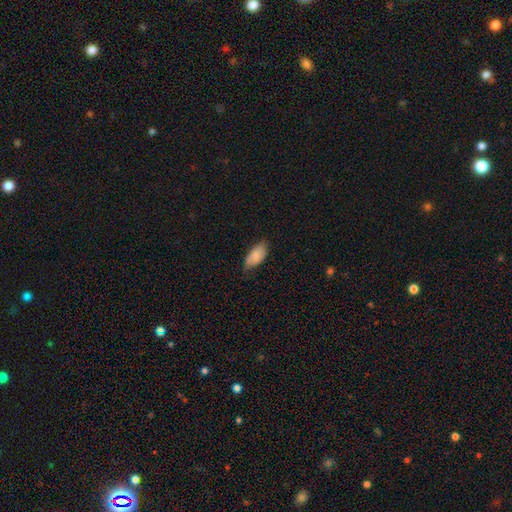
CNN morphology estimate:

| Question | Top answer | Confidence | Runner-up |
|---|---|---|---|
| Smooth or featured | smooth | 85% | featured or disk (9%) |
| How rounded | in between | 93% | cigar-shaped (5%) |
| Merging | none | 68% | minor disturbance (26%) |